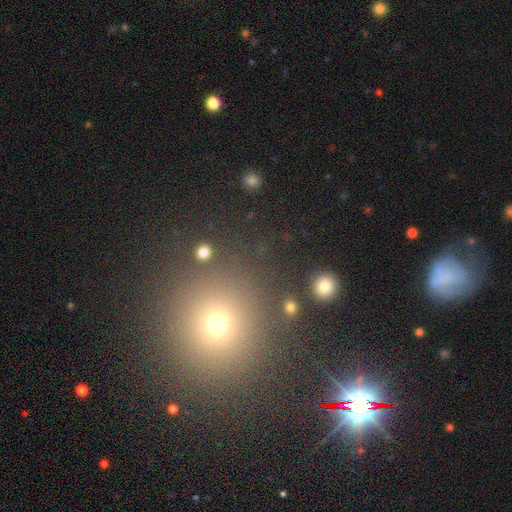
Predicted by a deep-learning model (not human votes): smooth 49%, star or artifact 41%, featured or disk 9%. Down the decision tree: merging — none (87%).